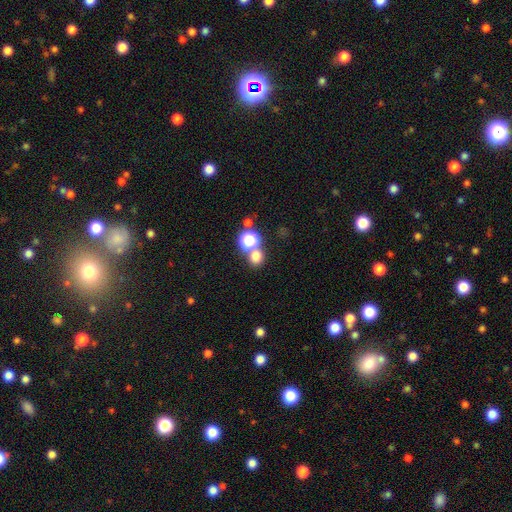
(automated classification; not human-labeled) Smooth or featured? smooth (71%)
How rounded? round (81%)
Merging? none (62%)